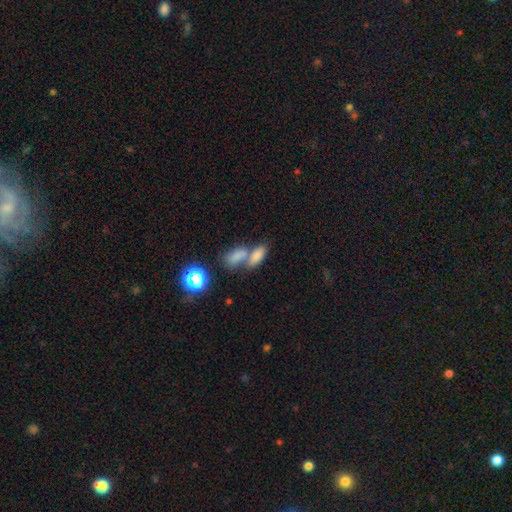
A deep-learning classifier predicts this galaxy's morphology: Overall: smooth (77%). How rounded: in between (83%). Merging: merger (62%; none 26%).